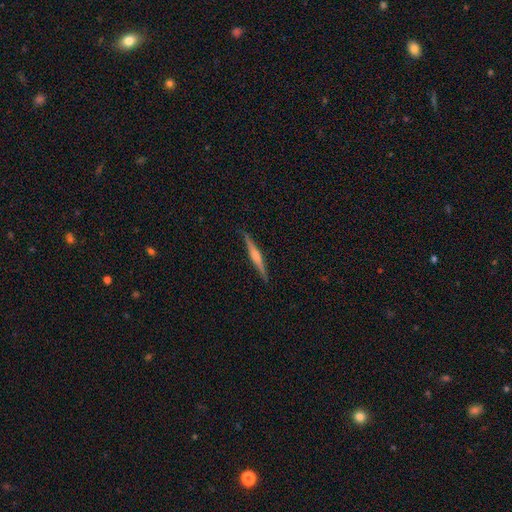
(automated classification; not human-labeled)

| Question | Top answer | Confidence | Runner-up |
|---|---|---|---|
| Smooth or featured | featured or disk | 63% | smooth (31%) |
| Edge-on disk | yes | 98% | no (2%) |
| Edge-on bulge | rounded | 57% | none (23%) |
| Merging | none | 90% | minor disturbance (7%) |